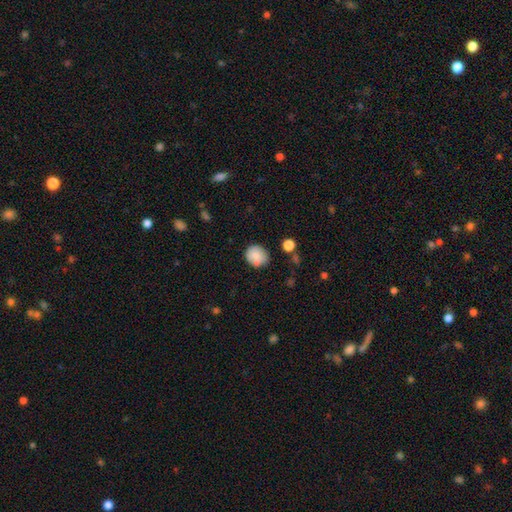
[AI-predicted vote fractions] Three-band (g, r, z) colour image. It shows a smooth galaxy with no disk features (84%) that is round (80%). Merging: none (73%).